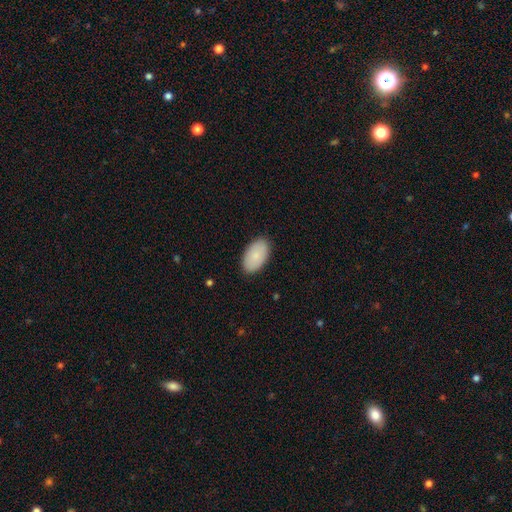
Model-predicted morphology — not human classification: A smooth galaxy with no disk features (85%) that is in between round and cigar-shaped (95%). Merging: none (88%).